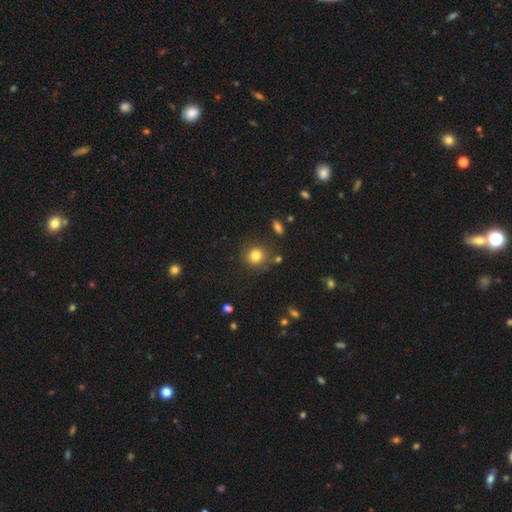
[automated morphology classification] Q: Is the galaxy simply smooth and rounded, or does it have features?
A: smooth — 81%.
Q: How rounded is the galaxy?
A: round — 86%.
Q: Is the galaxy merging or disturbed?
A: none — 80%.